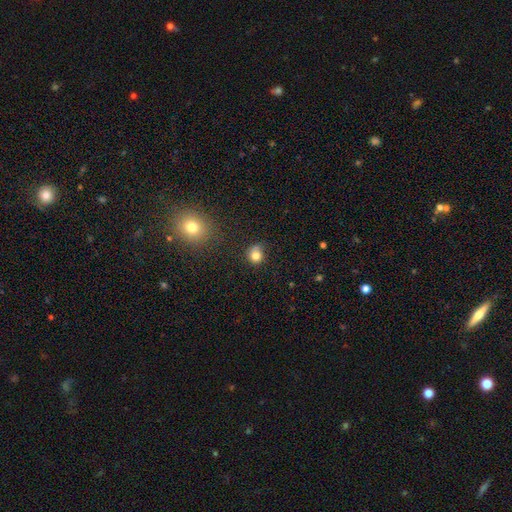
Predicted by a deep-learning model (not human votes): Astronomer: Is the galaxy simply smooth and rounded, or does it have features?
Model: smooth — 80%.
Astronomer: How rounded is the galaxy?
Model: round — 81%.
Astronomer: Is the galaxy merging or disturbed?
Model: none — 65%.